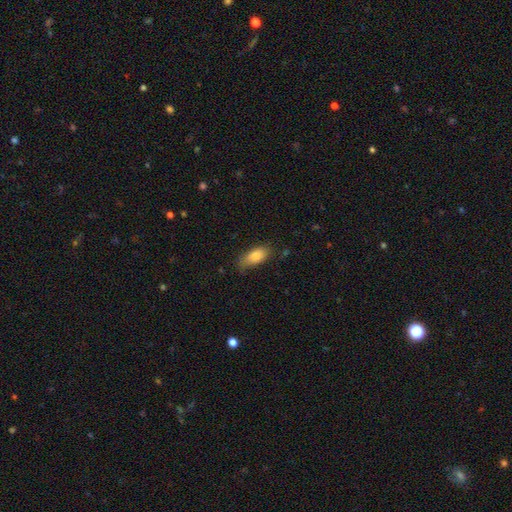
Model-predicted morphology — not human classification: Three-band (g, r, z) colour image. It shows a smooth galaxy with no disk features (82%) that is in between round and cigar-shaped (84%). Merging: none (70%).